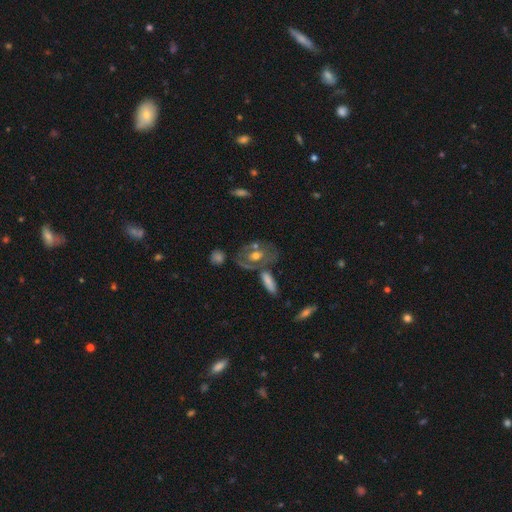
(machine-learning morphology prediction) This is possibly a featured or disk galaxy (54%). It is clearly not viewed edge-on (90%). Merging: possibly none (49%).